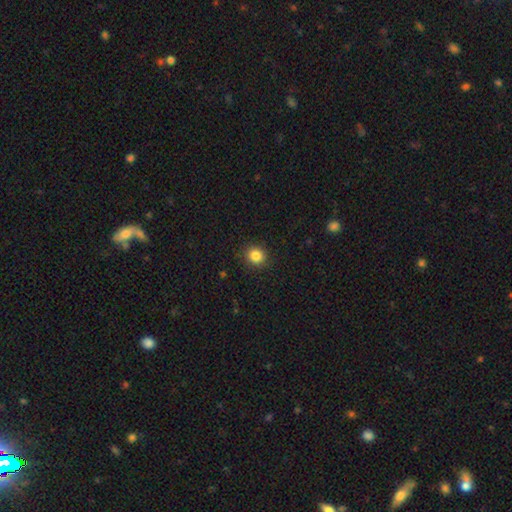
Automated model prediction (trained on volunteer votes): smooth-or-featured: smooth: 85% | star or artifact: 11% | featured or disk: 4%
  how-rounded: round: 86% | in between: 13% | cigar-shaped: 1%
  merging: none: 91% | minor disturbance: 6% | major disturbance: 2% | merger: 1%